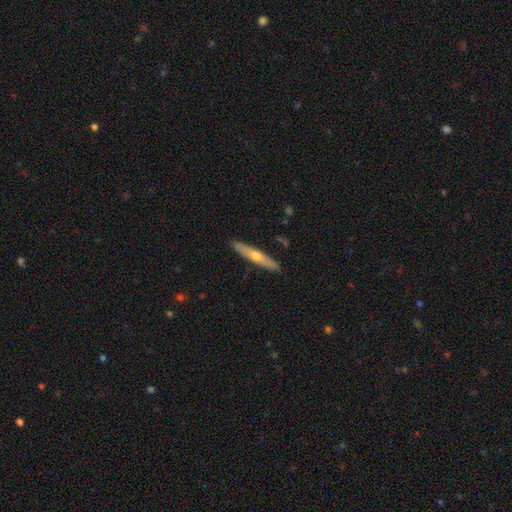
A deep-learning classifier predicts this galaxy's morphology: Smooth or featured? Predicted: featured or disk (p=0.53). Edge-on disk? Predicted: yes (p=0.93). Merging? Predicted: none (p=0.91).